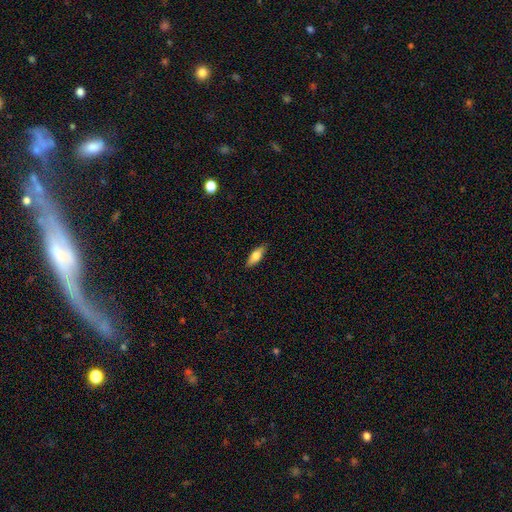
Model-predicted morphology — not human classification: Smooth or featured?
  - smooth: 72% *
  - featured or disk: 21%
  - star or artifact: 6%
How rounded?
  - in between: 65% *
  - cigar-shaped: 33%
  - round: 2%
Merging?
  - none: 86% *
  - minor disturbance: 11%
  - major disturbance: 2%
  - merger: 1%